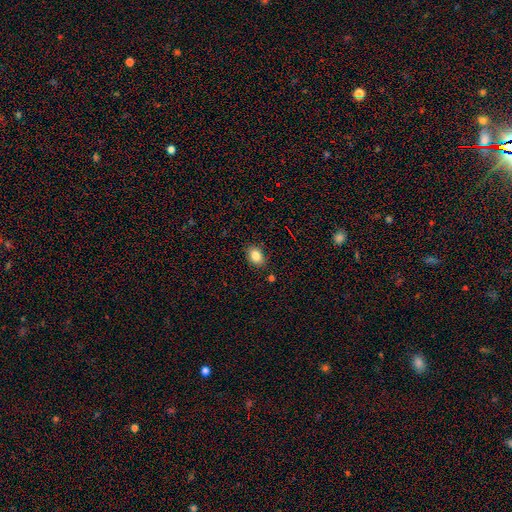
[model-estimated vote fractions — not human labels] A smooth galaxy with no disk features (84%) that is in between round and cigar-shaped (76%).

Vote fractions:
- Smooth or featured? smooth: 84% / star or artifact: 9% / featured or disk: 7%
- How rounded? in between: 76% / round: 22% / cigar-shaped: 1%
- Merging? none: 85% / minor disturbance: 11% / major disturbance: 2% / merger: 2%